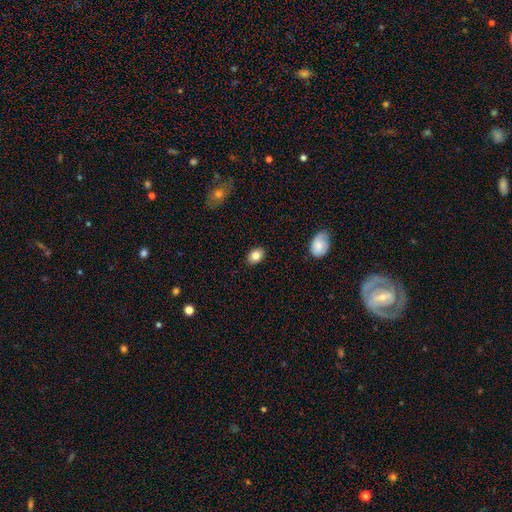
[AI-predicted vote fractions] A smooth galaxy with no disk features (83%) that is in between round and cigar-shaped (75%). Merging: none (88%).